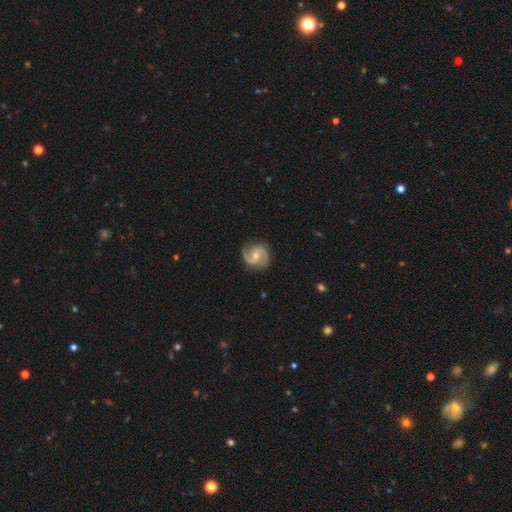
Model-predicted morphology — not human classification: Smooth or featured: featured or disk — 87% (smooth — 8%)
Edge-on disk: no — 98% (yes — 2%)
Bar: no — 56% (weak — 36%)
Spiral arms: yes — 97% (no — 3%)
Spiral winding: medium — 53% (tight — 32%)
Spiral arm count: 2 — 91% (3 — 3%)
Bulge size: moderate — 55% (small — 41%)
Merging: none — 84% (minor disturbance — 12%)